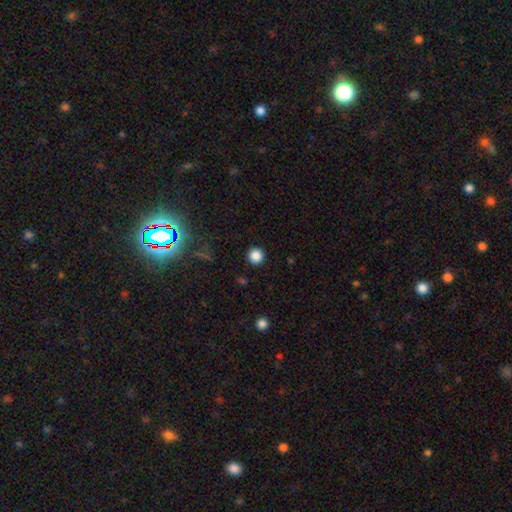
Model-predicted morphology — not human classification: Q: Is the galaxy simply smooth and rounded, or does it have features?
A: smooth — 85%.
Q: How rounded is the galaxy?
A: round — 96%.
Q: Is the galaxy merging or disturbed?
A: none — 92%.